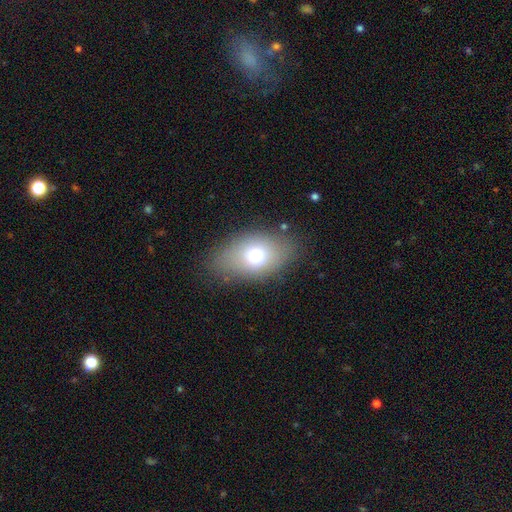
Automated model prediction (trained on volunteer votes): The model was most divided on "smooth or featured": smooth: 67%, featured or disk: 19%, star or artifact: 14%. More confident: merging — none (81%); how rounded — in between (79%).